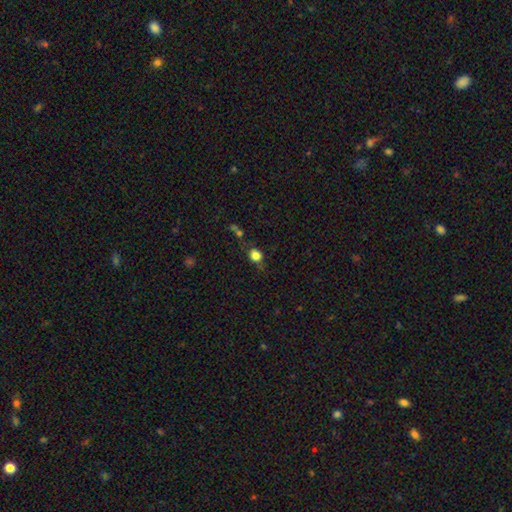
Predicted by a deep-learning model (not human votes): Smooth or featured? smooth (78%)
How rounded? round (64%)
Merging? none (62%)